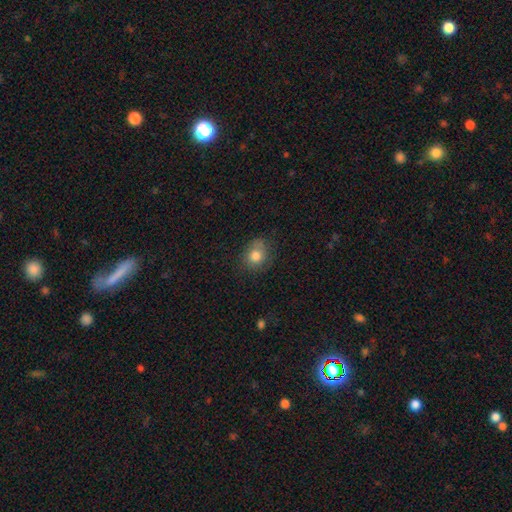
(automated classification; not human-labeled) The model was most divided on "how rounded": round: 64%, in between: 35%, cigar-shaped: 1%. More confident: smooth or featured — smooth (79%); merging — none (66%).